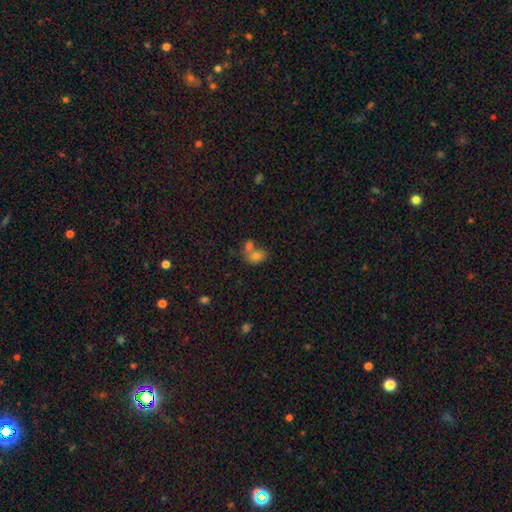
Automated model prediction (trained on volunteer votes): Smooth or featured?
  - smooth: 72% *
  - featured or disk: 14%
  - star or artifact: 14%
How rounded?
  - in between: 71% *
  - round: 27%
  - cigar-shaped: 2%
Merging?
  - merger: 53% *
  - none: 32%
  - minor disturbance: 10%
  - major disturbance: 5%